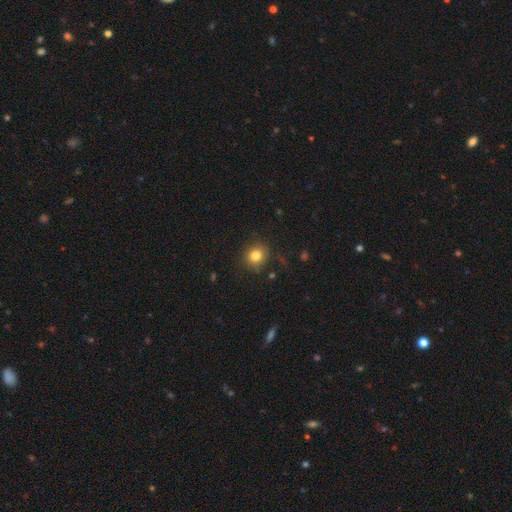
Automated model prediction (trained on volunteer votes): Morphology: type=smooth (81%); roundness=round (83%); merging=none (83%).